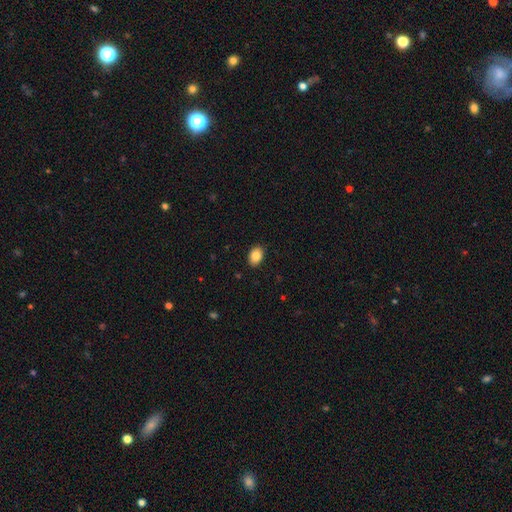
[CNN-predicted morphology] type=smooth (86%); roundness=in between (83%); merging=none (89%).